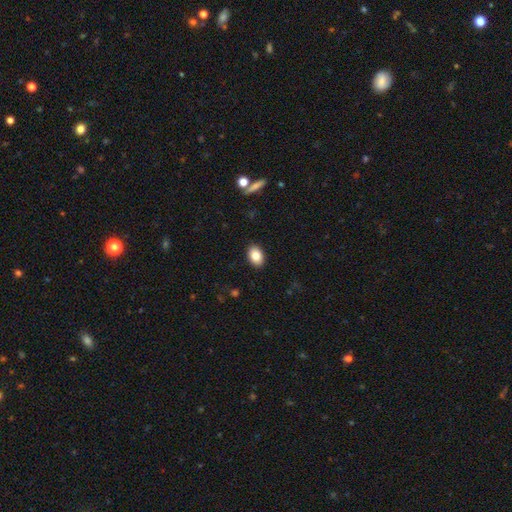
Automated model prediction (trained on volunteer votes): Morphology: type=smooth (83%); roundness=in between (85%); merging=none (90%).